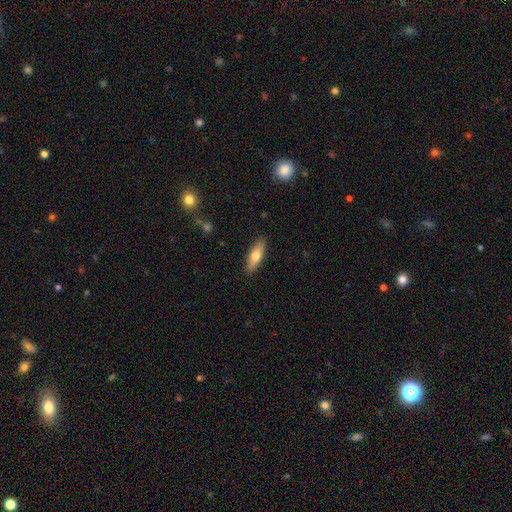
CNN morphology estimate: A smooth galaxy with no disk features (68%) that is in between round and cigar-shaped (52%). Merging: none (88%).